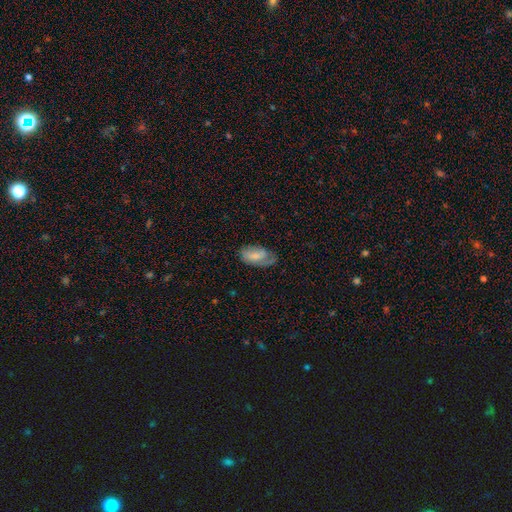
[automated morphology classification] Overall: smooth (57%; featured or disk 36%). How rounded: in between (92%). Merging: none (47%; minor disturbance 32%).